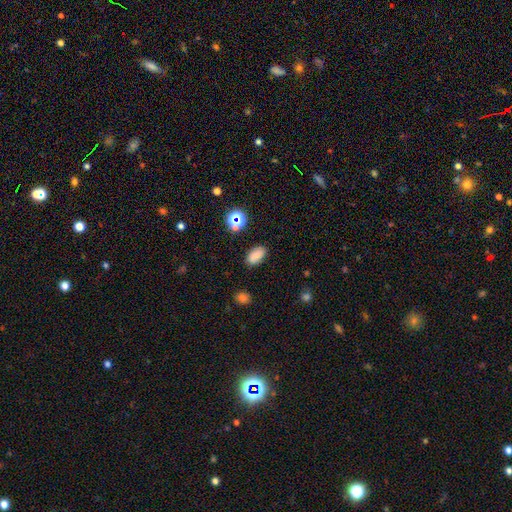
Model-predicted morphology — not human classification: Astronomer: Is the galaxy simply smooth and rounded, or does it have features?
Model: smooth — 77%.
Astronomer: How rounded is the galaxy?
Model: in between — 91%.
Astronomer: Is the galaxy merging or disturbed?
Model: none — 83%.